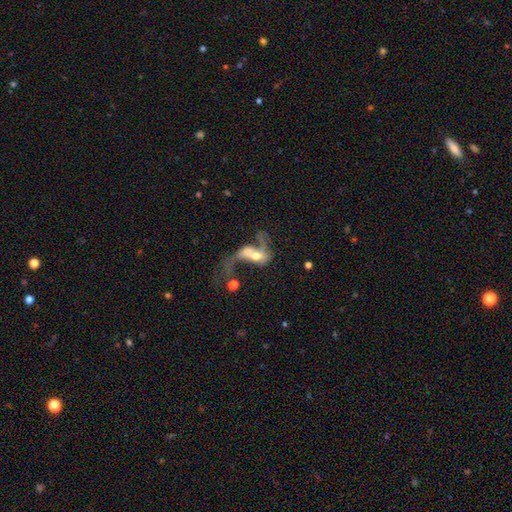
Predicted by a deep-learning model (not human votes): Q: Smooth or featured?
A: featured or disk (54%); runner-up: smooth (36%)
Q: Edge-on disk?
A: no (93%); runner-up: yes (7%)
Q: Bar?
A: no (68%); runner-up: weak (23%)
Q: Spiral arms?
A: no (51%); runner-up: yes (49%)
Q: Bulge size?
A: moderate (51%); runner-up: large (22%)
Q: Merging?
A: merger (68%); runner-up: major disturbance (20%)